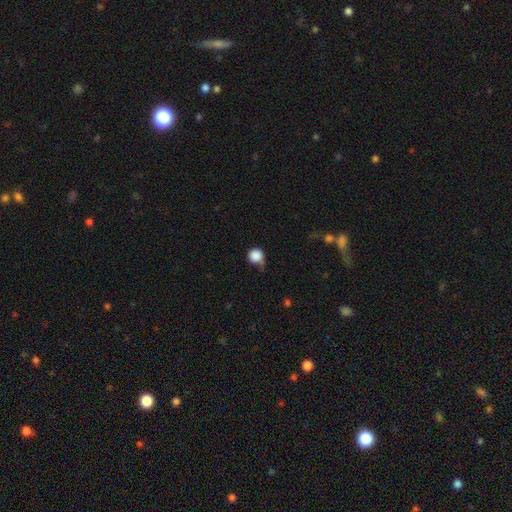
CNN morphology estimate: smooth 86%, star or artifact 9%, featured or disk 4%. Down the decision tree: how rounded — round (93%); merging — none (56%).